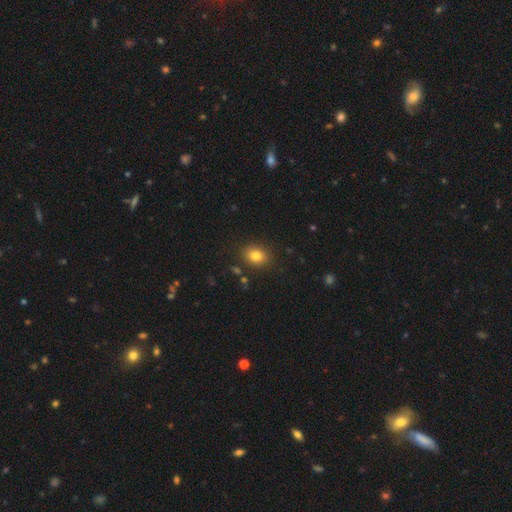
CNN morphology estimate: Smooth or featured?
  - smooth: 82% *
  - star or artifact: 11%
  - featured or disk: 7%
How rounded?
  - round: 50% *
  - in between: 49%
  - cigar-shaped: 1%
Merging?
  - none: 85% *
  - minor disturbance: 10%
  - major disturbance: 3%
  - merger: 2%